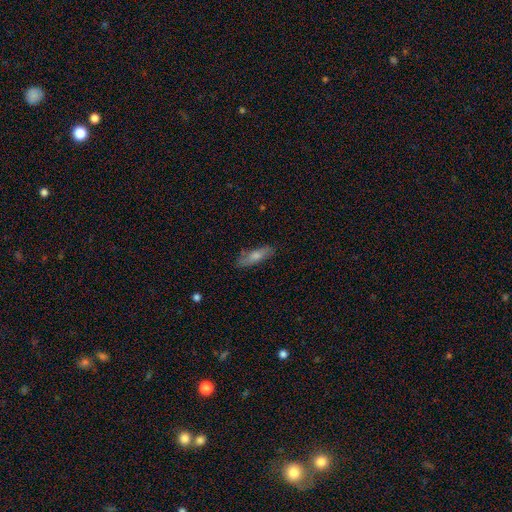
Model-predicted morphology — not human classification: Q: Smooth or featured?
A: smooth (58%); runner-up: featured or disk (34%)
Q: How rounded?
A: cigar-shaped (64%); runner-up: in between (34%)
Q: Merging?
A: none (82%); runner-up: minor disturbance (14%)